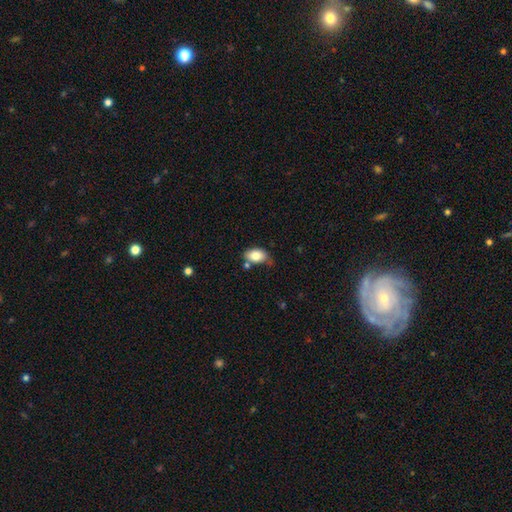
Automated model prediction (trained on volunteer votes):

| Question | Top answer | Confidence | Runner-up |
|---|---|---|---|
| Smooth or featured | smooth | 81% | featured or disk (11%) |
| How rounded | in between | 87% | round (11%) |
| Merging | none | 55% | minor disturbance (29%) |